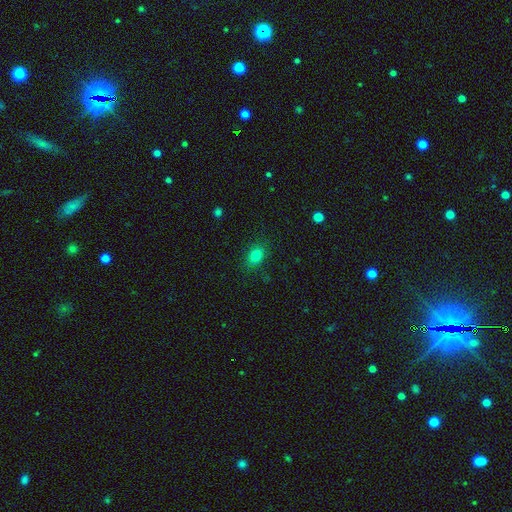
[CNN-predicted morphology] Smooth or featured: smooth — 80% (star or artifact — 13%)
How rounded: in between — 71% (round — 27%)
Merging: none — 85% (minor disturbance — 11%)